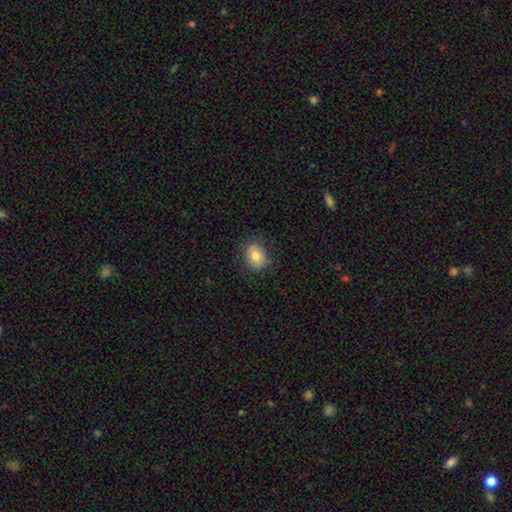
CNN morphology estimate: This appears to be a smooth galaxy with no disk features (79%) that is in between round and cigar-shaped (59%). Merging: none (82%).